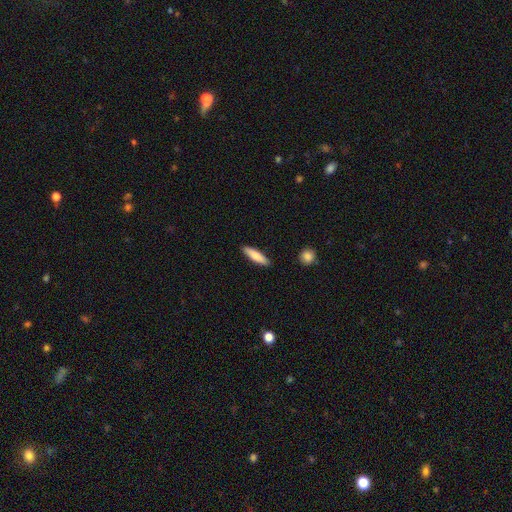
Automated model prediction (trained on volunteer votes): This is likely a smooth galaxy (80%). How rounded: likely cigar-shaped (70%). Merging: clearly none (89%).